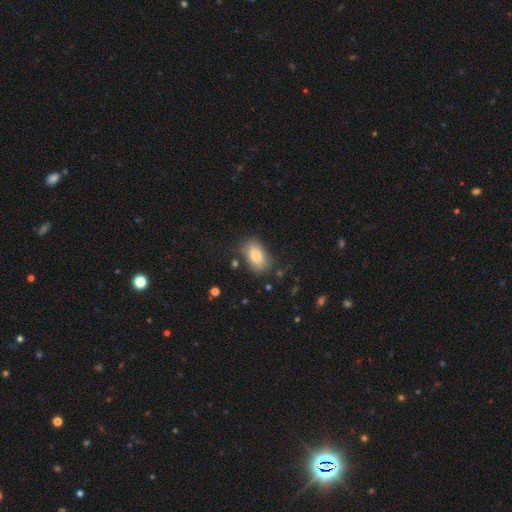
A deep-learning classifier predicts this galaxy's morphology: Q: Smooth or featured?
A: smooth (84%); runner-up: featured or disk (9%)
Q: How rounded?
A: in between (92%); runner-up: round (6%)
Q: Merging?
A: none (75%); runner-up: minor disturbance (17%)